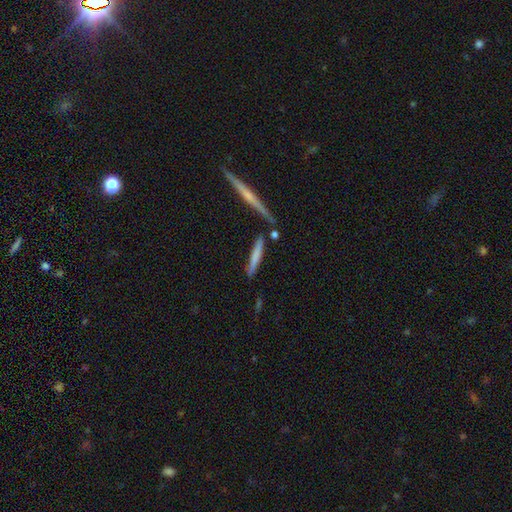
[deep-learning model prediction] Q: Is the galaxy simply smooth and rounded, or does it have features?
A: smooth — 64%.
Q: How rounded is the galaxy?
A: cigar-shaped — 93%.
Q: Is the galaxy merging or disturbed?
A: none — 74%.